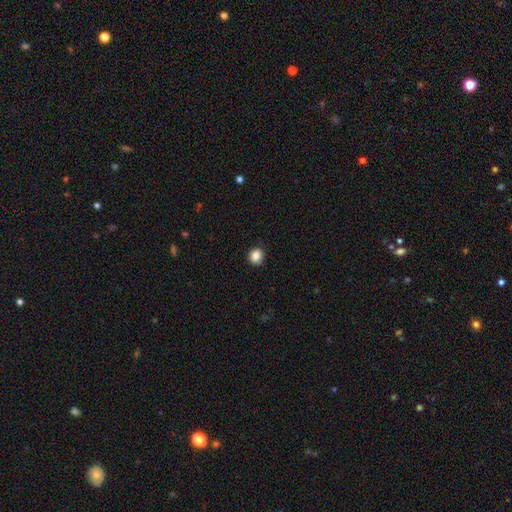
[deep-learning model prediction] Smooth or featured?
  - smooth: 86% *
  - star or artifact: 10%
  - featured or disk: 4%
How rounded?
  - round: 78% *
  - in between: 21%
  - cigar-shaped: 1%
Merging?
  - none: 86% *
  - minor disturbance: 11%
  - major disturbance: 2%
  - merger: 1%